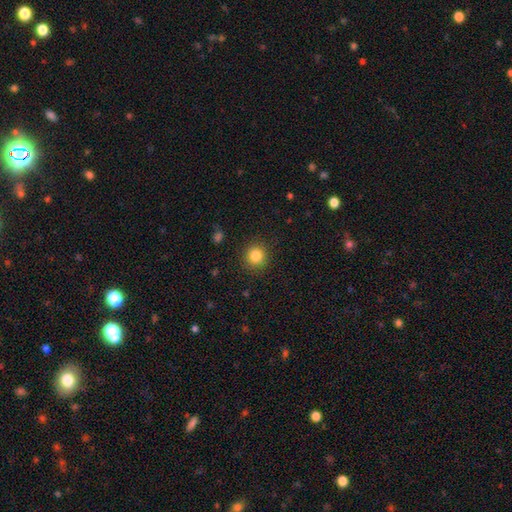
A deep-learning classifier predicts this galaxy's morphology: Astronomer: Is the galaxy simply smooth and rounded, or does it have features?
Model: smooth — 84%.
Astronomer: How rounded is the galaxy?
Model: round — 91%.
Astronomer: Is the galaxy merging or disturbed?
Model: none — 89%.